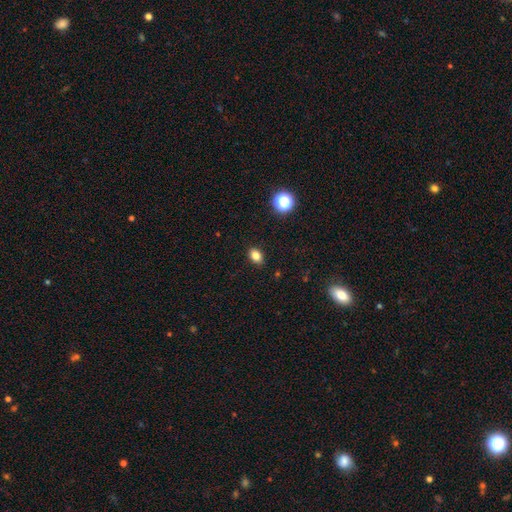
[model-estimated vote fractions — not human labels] smooth_or_featured: smooth (p=0.82) [alt: star or artifact p=0.12]
how_rounded: in between (p=0.75) [alt: round p=0.23]
merging: none (p=0.88) [alt: minor disturbance p=0.08]